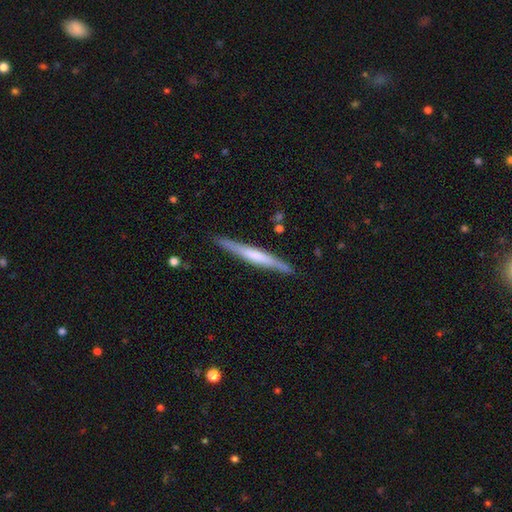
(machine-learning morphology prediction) Smooth or featured?
  - featured or disk: 55% *
  - smooth: 40%
  - star or artifact: 5%
Edge-on disk?
  - yes: 96% *
  - no: 4%
Edge-on bulge?
  - none: 45% *
  - boxy: 28%
  - rounded: 27%
Merging?
  - none: 87% *
  - minor disturbance: 10%
  - major disturbance: 2%
  - merger: 1%